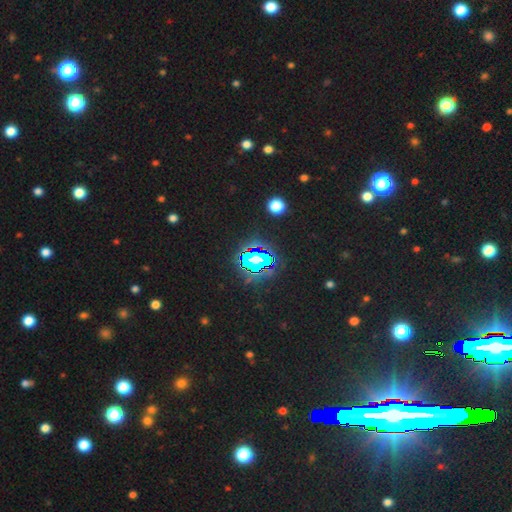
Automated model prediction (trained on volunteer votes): smooth-or-featured: star or artifact: 81% | smooth: 12% | featured or disk: 7%